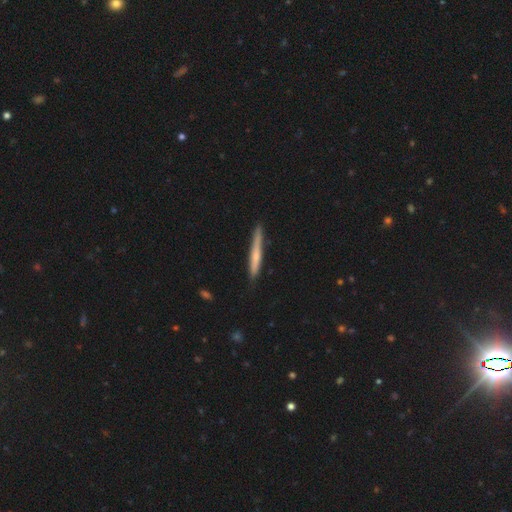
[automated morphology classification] smooth-or-featured: smooth: 58% | featured or disk: 37% | star or artifact: 5%
  how-rounded: cigar-shaped: 96% | in between: 3% | round: 1%
  merging: none: 83% | minor disturbance: 14% | major disturbance: 2% | merger: 2%